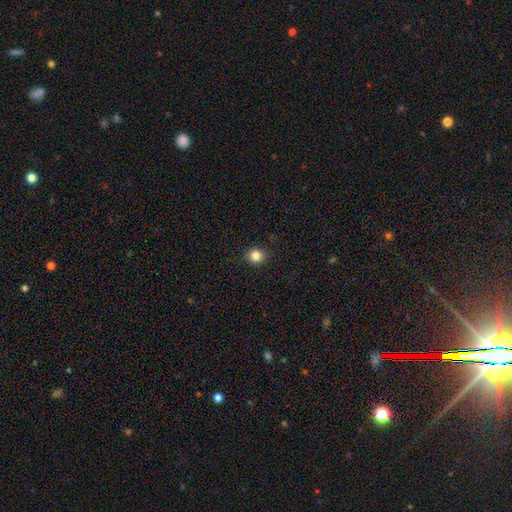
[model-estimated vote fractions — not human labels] Smooth or featured? Predicted: smooth (p=0.84). How rounded? Predicted: round (p=0.88). Merging? Predicted: none (p=0.91).